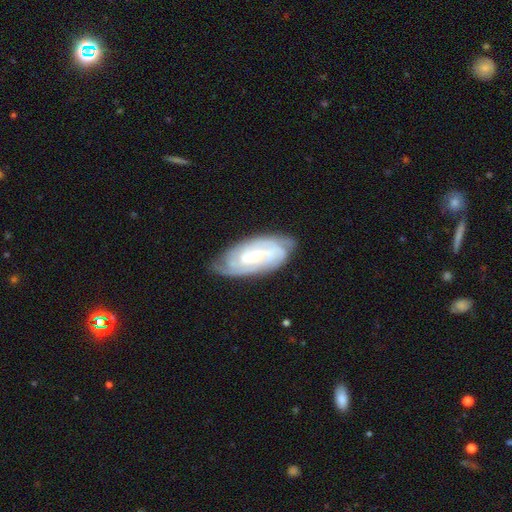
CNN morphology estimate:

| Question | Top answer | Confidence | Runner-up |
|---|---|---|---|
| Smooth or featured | featured or disk | 86% | smooth (9%) |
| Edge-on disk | no | 95% | yes (5%) |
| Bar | weak | 42% | no (39%) |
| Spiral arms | yes | 97% | no (3%) |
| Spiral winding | tight | 74% | medium (22%) |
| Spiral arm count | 2 | 26% | 3 (25%) |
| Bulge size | small | 58% | moderate (37%) |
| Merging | none | 77% | minor disturbance (18%) |